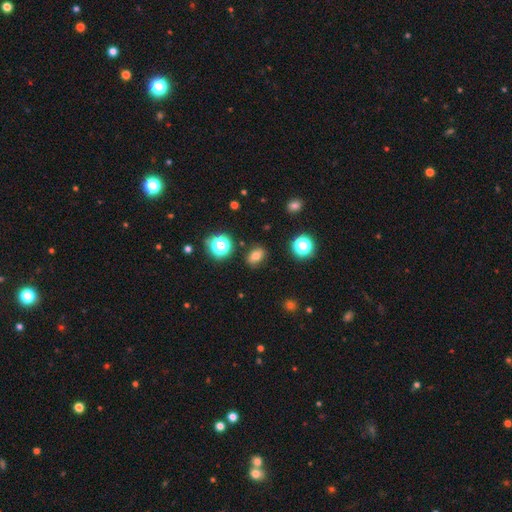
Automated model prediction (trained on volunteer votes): A smooth galaxy with no disk features (72%) that is in between round and cigar-shaped (69%).

Vote fractions:
- Smooth or featured? smooth: 72% / star or artifact: 18% / featured or disk: 11%
- How rounded? in between: 69% / round: 29% / cigar-shaped: 2%
- Merging? none: 84% / minor disturbance: 10% / major disturbance: 3% / merger: 3%